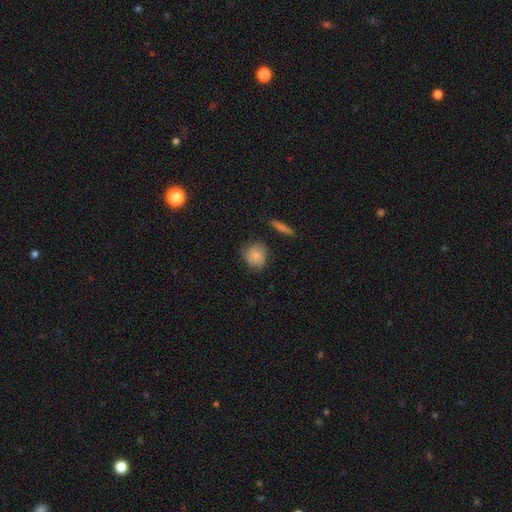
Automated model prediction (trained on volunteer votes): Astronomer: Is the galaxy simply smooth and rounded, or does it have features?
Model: smooth — 74%.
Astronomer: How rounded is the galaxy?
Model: round — 76%.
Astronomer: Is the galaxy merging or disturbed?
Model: none — 66%.